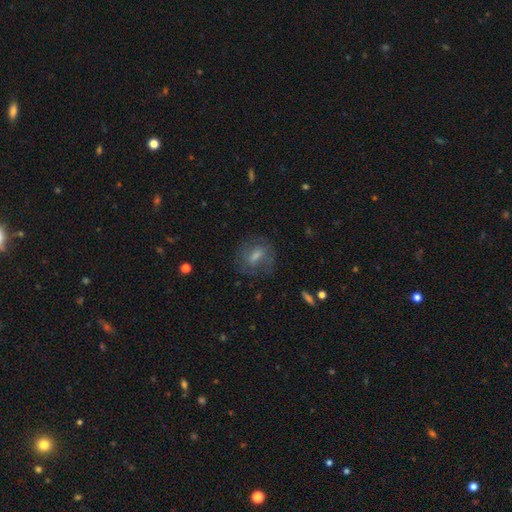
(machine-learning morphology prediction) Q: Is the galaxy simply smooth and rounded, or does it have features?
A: smooth — 52%.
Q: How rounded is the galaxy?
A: in between — 52%.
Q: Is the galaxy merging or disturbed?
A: none — 68%.